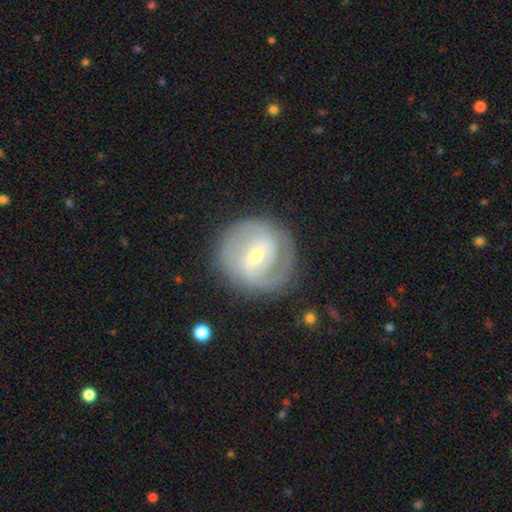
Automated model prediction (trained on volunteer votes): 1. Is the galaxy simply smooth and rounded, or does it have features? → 76% featured or disk, 18% smooth, 6% star or artifact.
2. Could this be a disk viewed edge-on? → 96% no, 4% yes.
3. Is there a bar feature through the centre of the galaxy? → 48% weak, 38% strong, 14% no.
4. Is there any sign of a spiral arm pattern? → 82% yes, 18% no.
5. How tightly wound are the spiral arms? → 53% tight, 34% medium, 13% loose.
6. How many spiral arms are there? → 59% 2, 22% can't tell, 9% 1, 6% 3, 2% 4, 2% more than 4.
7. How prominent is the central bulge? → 53% small, 42% moderate, 3% large, 1% none, 1% dominant.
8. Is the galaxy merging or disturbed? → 78% none, 13% minor disturbance, 7% major disturbance, 2% merger.